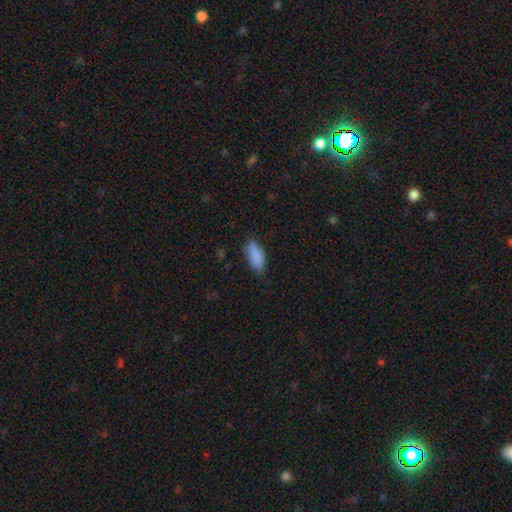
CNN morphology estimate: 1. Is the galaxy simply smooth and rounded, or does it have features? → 89% smooth, 7% star or artifact, 5% featured or disk.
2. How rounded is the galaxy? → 87% in between, 11% cigar-shaped, 2% round.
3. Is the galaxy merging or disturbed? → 79% none, 16% minor disturbance, 3% major disturbance, 1% merger.